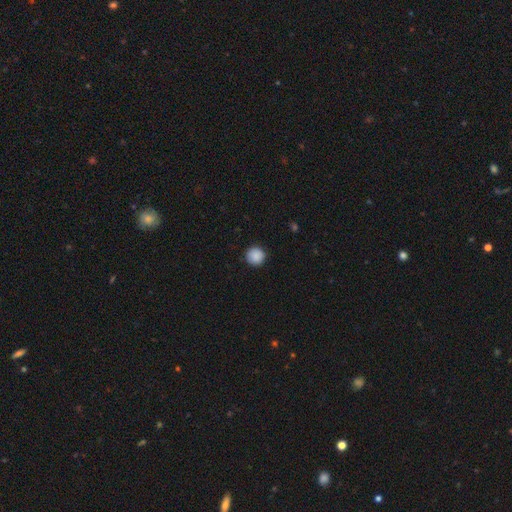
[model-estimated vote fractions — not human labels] A smooth galaxy with no disk features (89%) that is round (95%).

Vote fractions:
- Smooth or featured? smooth: 89% / star or artifact: 8% / featured or disk: 3%
- How rounded? round: 95% / in between: 4% / cigar-shaped: 1%
- Merging? none: 91% / minor disturbance: 6% / major disturbance: 2% / merger: 1%